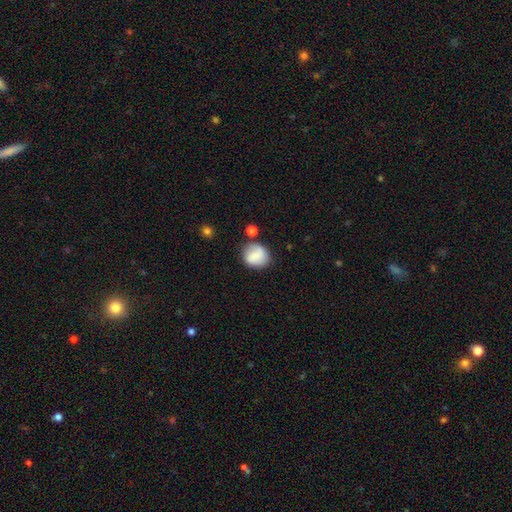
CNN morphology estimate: type=smooth (72%); roundness=round (72%); merging=none (64%).